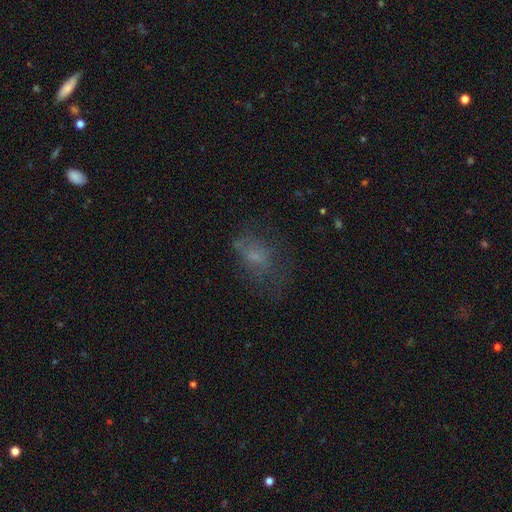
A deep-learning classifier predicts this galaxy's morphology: smooth-or-featured: smooth: 52% | featured or disk: 29% | star or artifact: 19%
  how-rounded: in between: 76% | round: 21% | cigar-shaped: 4%
  merging: none: 43% | major disturbance: 32% | minor disturbance: 23% | merger: 3%